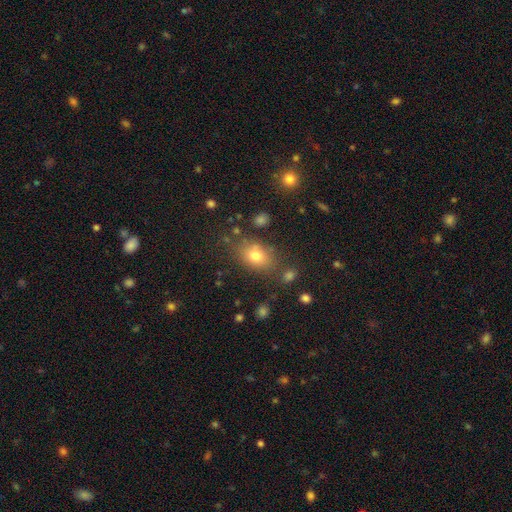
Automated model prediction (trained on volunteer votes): Smooth or featured? smooth (77%)
How rounded? in between (74%)
Merging? none (74%)